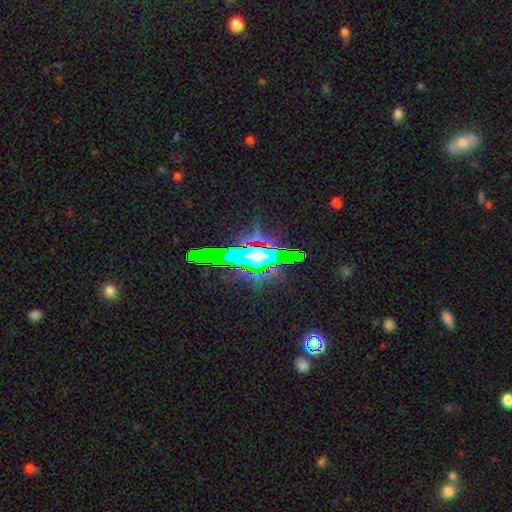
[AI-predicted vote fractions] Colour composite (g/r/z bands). It shows a star or artifact, not a galaxy (55%).